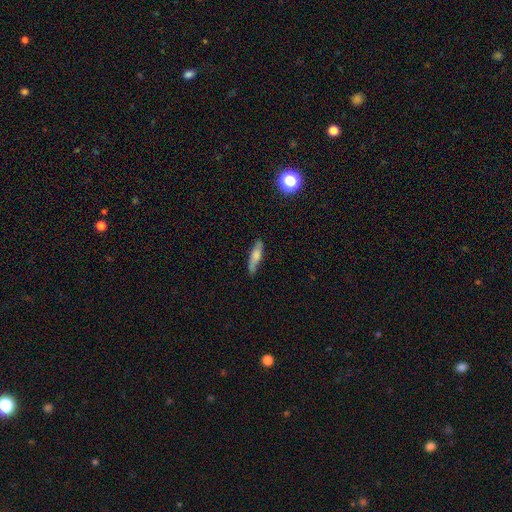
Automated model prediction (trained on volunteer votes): Smooth or featured? smooth (66%)
How rounded? cigar-shaped (68%)
Merging? none (75%)